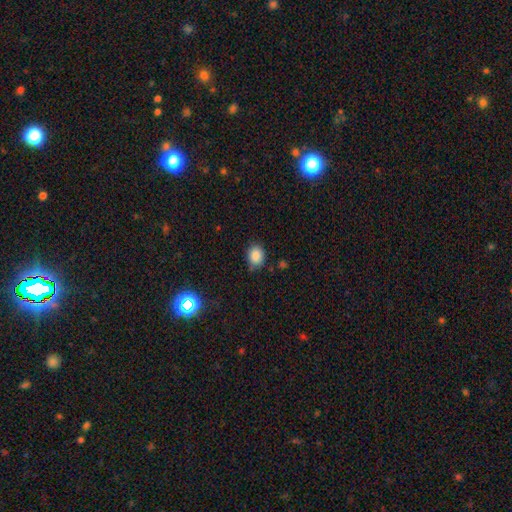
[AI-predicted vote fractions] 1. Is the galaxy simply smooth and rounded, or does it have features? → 85% smooth, 11% star or artifact, 5% featured or disk.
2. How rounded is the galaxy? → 50% round, 49% in between, 1% cigar-shaped.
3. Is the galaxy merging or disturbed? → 79% none, 15% minor disturbance, 3% major disturbance, 3% merger.